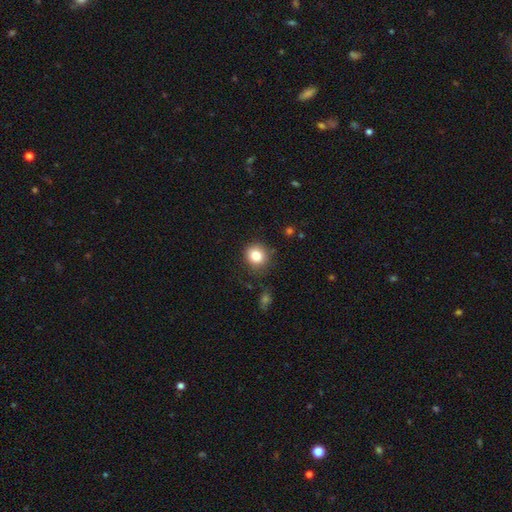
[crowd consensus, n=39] Overall: smooth (87%). How rounded: round (97%). Merging: none (74%).